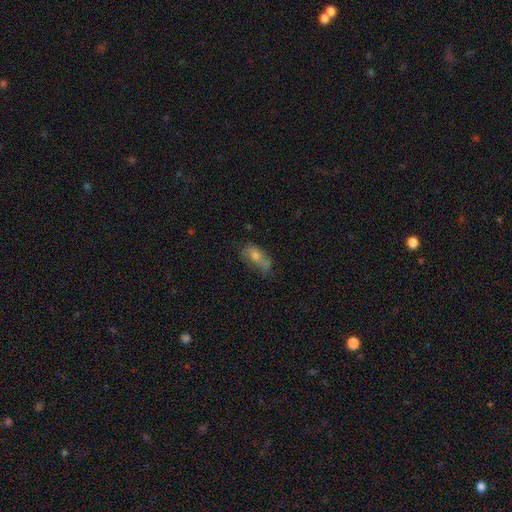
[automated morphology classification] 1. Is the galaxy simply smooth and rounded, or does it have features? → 52% smooth, 33% featured or disk, 14% star or artifact.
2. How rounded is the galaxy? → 78% in between, 14% cigar-shaped, 7% round.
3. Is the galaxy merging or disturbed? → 45% none, 30% minor disturbance, 18% major disturbance, 7% merger.